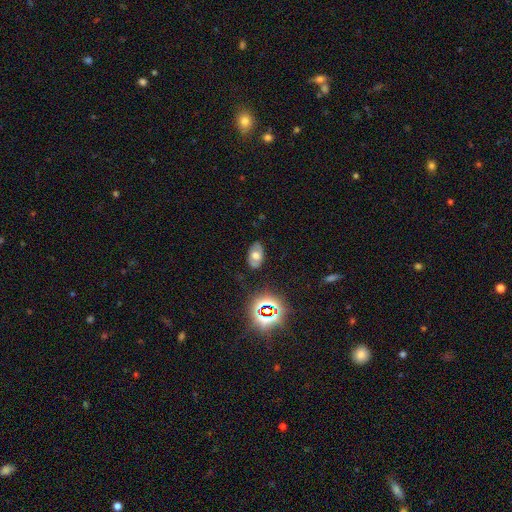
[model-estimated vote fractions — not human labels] Smooth or featured? smooth (43%)
Merging? none (78%)